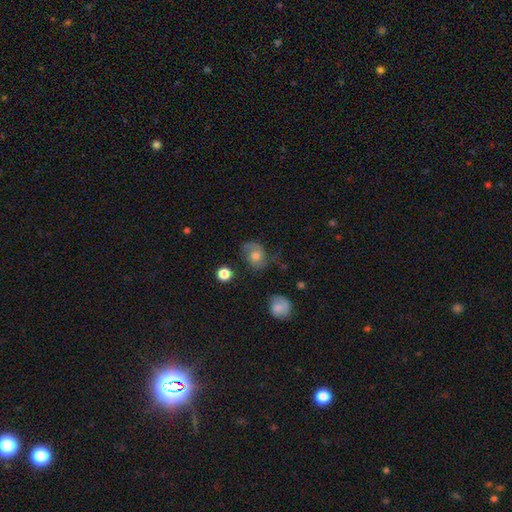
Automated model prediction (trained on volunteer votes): smooth_or_featured: featured or disk (p=0.51) [alt: smooth p=0.40]
disk_edge_on: no (p=0.97) [alt: yes p=0.03]
merging: none (p=0.59) [alt: minor disturbance p=0.24]